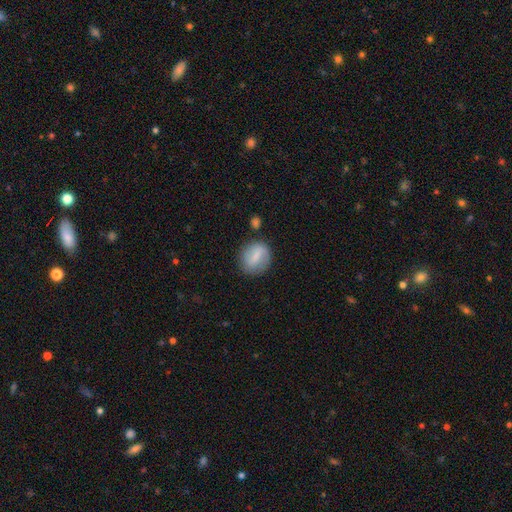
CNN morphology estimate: type=smooth (64%); roundness=round (64%); merging=none (74%).